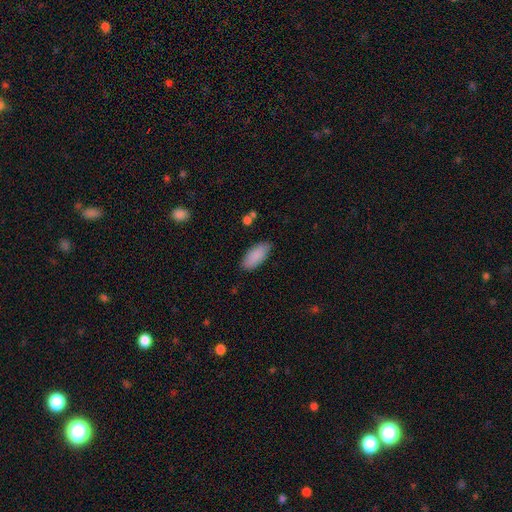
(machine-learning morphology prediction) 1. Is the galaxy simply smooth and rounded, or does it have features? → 88% smooth, 6% star or artifact, 6% featured or disk.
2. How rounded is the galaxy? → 87% in between, 12% cigar-shaped, 2% round.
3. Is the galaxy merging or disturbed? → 82% none, 13% minor disturbance, 3% major disturbance, 2% merger.